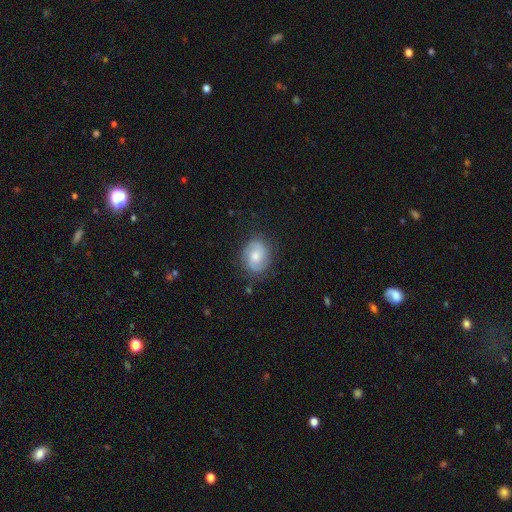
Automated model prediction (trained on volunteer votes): featured or disk 68%, smooth 24%, star or artifact 7%. Down the decision tree: edge-on disk — no (98%); bar — no (58%); spiral arms — yes (93%); spiral arm count — 2 (87%); spiral winding — medium (46%); bulge size — moderate (58%); merging — none (79%).